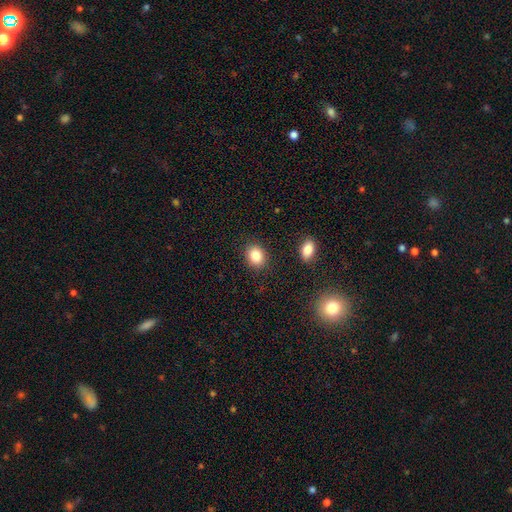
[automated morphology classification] smooth 85%, star or artifact 9%, featured or disk 6%. Down the decision tree: how rounded — round (52%); merging — none (88%).